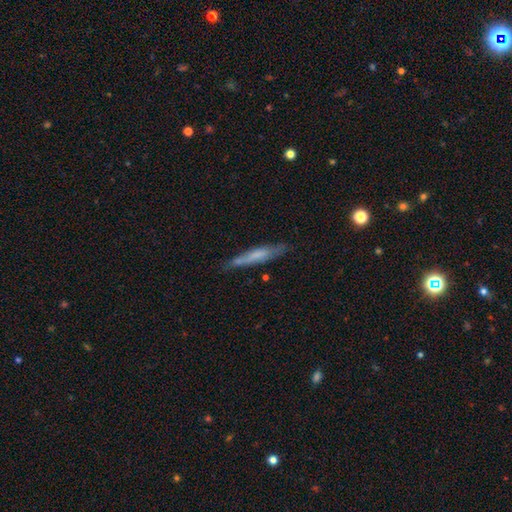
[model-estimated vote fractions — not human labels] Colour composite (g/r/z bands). It shows a smooth galaxy with no disk features (51%) that is cigar-shaped (92%). Merging: none (75%).